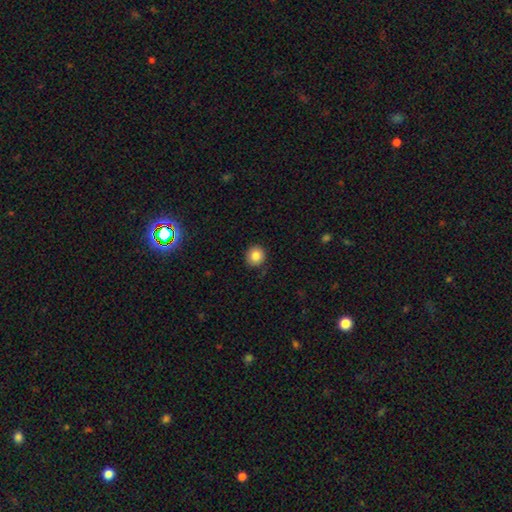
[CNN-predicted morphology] type=smooth (83%); roundness=round (91%); merging=none (88%).